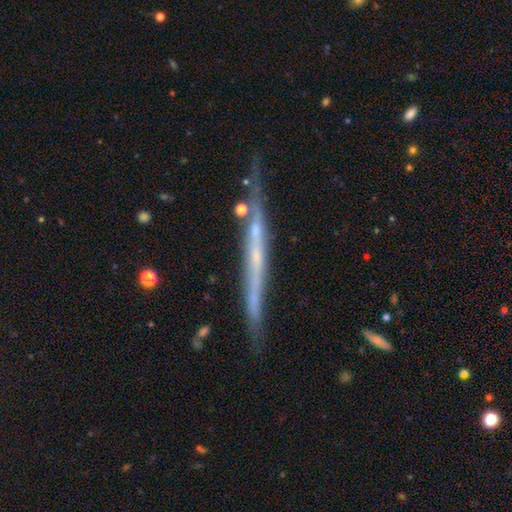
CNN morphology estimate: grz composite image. It shows a featured or disk galaxy (70%) viewed edge-on (94%) with no central bulge (81%). Merging: none (76%).